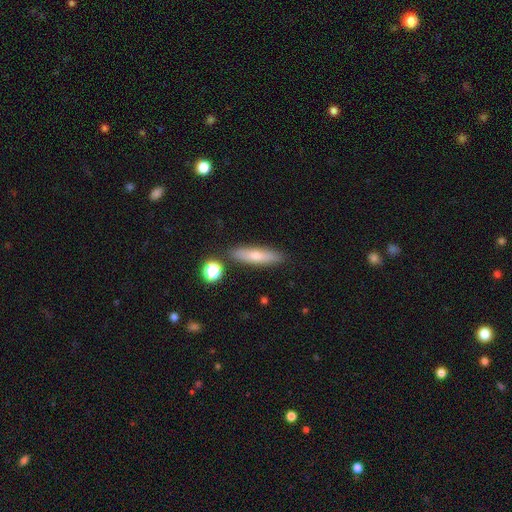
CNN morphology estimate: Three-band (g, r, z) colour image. It shows a smooth galaxy with no disk features (69%) that is cigar-shaped (75%). Merging: none (84%).